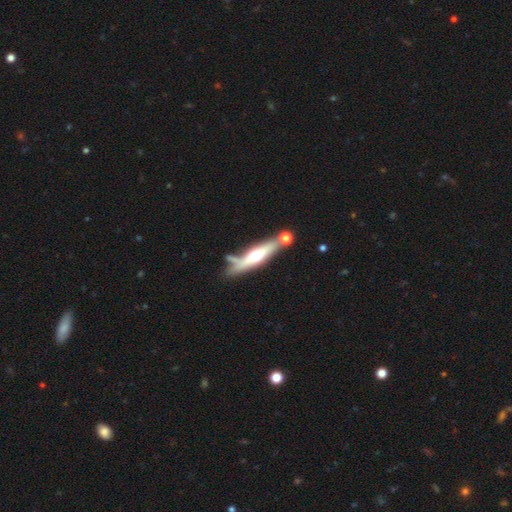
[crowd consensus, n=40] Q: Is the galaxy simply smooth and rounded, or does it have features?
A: featured or disk — 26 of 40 (65%).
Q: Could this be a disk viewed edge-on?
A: yes — 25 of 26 (96%).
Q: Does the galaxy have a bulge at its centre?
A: rounded — 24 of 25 (96%).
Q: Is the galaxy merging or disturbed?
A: none — 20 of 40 (50%).